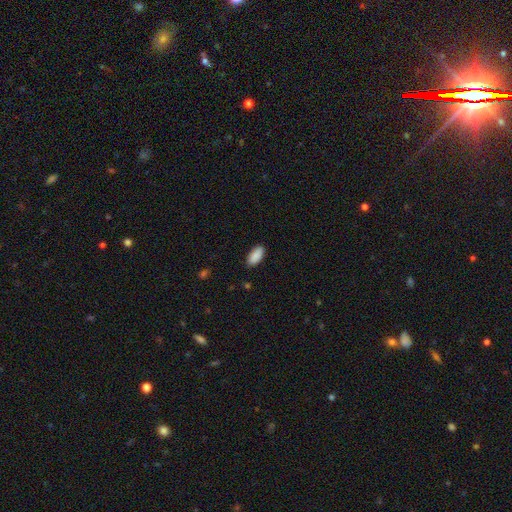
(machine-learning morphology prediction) This is clearly a smooth galaxy (91%). How rounded: clearly in between (92%). Merging: clearly none (88%).